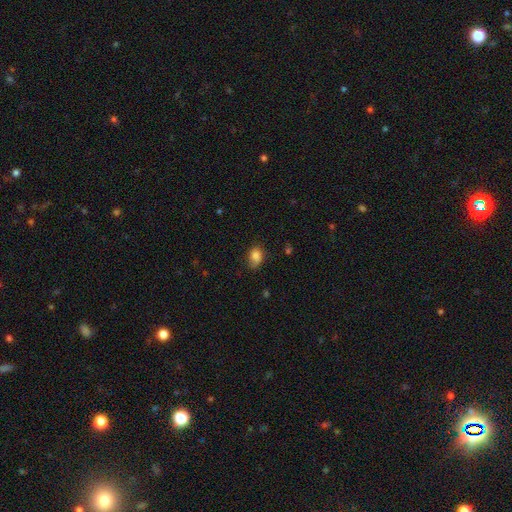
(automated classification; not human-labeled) This appears to be a smooth galaxy with no disk features (83%) that is in between round and cigar-shaped (73%). Merging: none (57%).